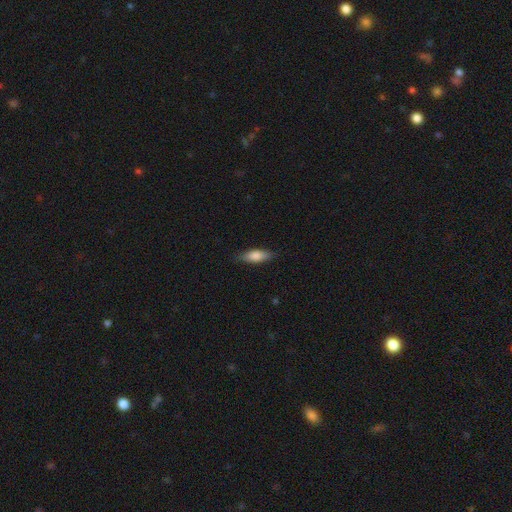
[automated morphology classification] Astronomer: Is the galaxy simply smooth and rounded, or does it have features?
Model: smooth — 76%.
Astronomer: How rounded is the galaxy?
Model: in between — 69%.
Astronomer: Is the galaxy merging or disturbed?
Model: none — 83%.